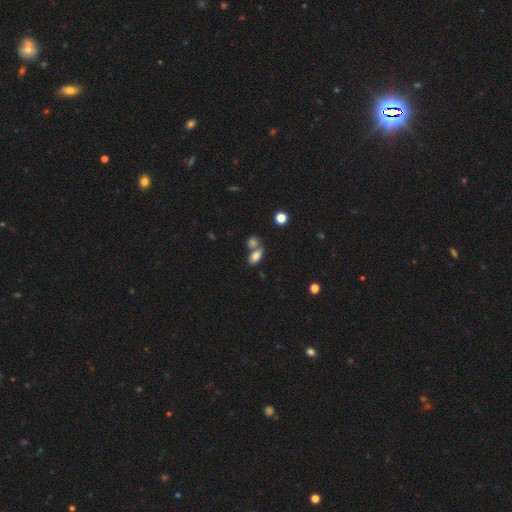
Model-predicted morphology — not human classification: This appears to be a smooth galaxy with no disk features (81%) that is in between round and cigar-shaped (89%). Merging: merger (45%).